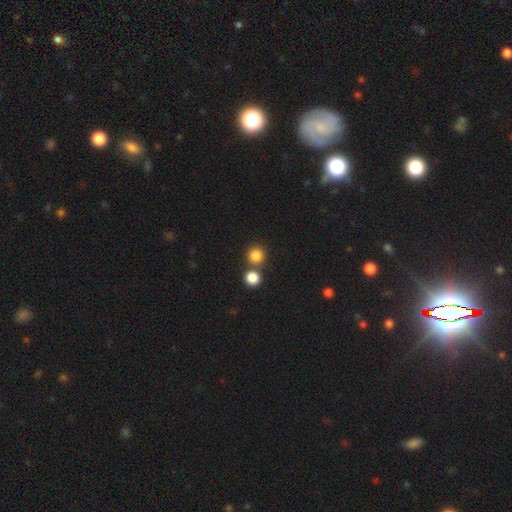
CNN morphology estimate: Smooth or featured: smooth — 84% (star or artifact — 12%)
How rounded: round — 92% (in between — 7%)
Merging: none — 66% (merger — 25%)